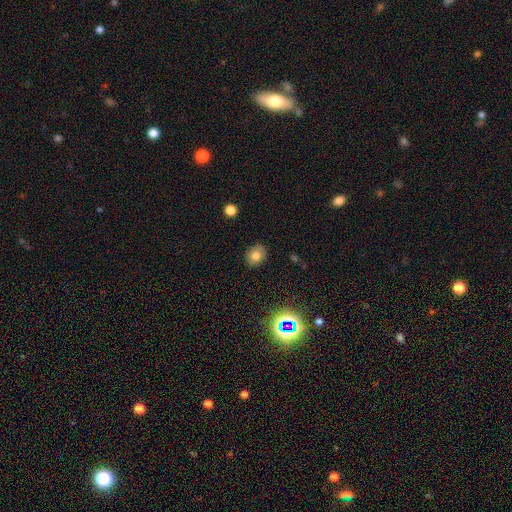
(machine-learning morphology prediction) type=smooth (75%); roundness=round (51%); merging=none (87%).